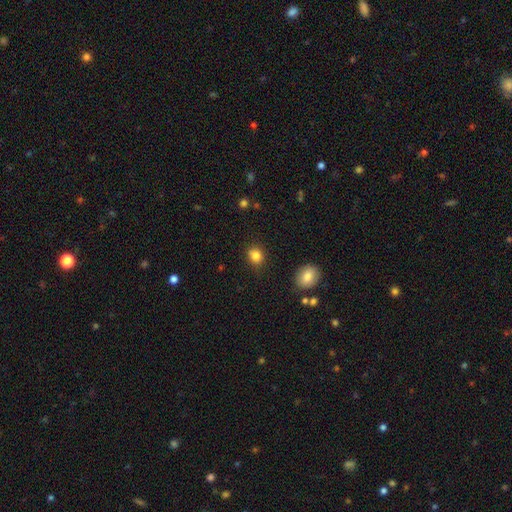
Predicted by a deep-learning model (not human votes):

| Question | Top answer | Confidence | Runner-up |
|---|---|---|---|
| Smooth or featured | smooth | 84% | star or artifact (11%) |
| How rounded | round | 67% | in between (32%) |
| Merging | none | 82% | minor disturbance (13%) |